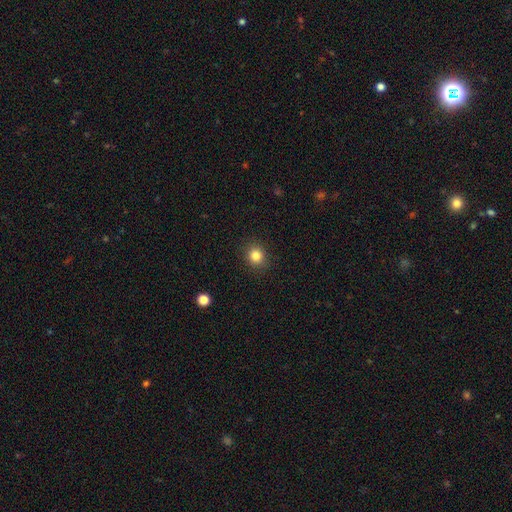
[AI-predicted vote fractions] Smooth or featured? smooth (83%)
How rounded? round (82%)
Merging? none (89%)